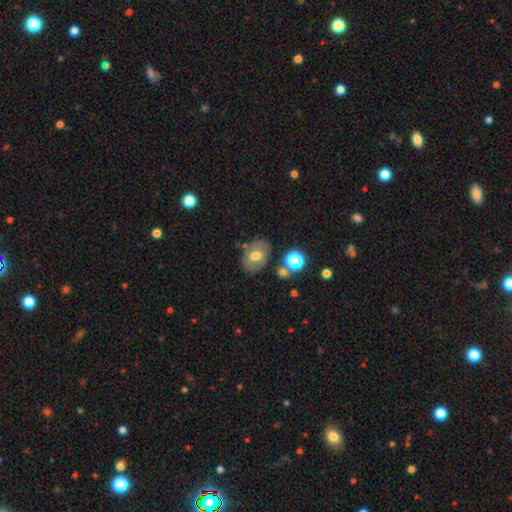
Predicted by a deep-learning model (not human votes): Smooth or featured?
  - smooth: 61% *
  - featured or disk: 29%
  - star or artifact: 10%
How rounded?
  - in between: 74% *
  - round: 25%
  - cigar-shaped: 1%
Merging?
  - none: 74% *
  - minor disturbance: 15%
  - merger: 7%
  - major disturbance: 4%